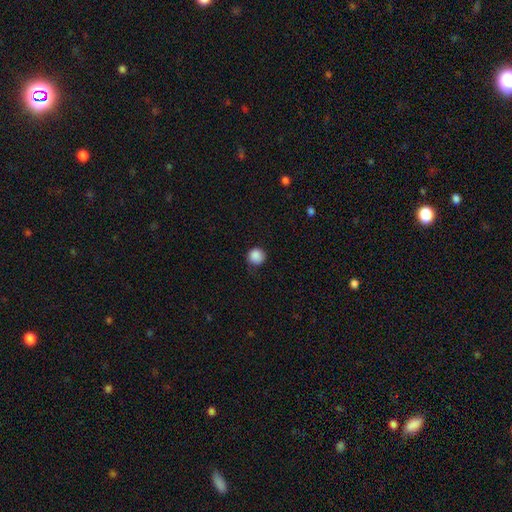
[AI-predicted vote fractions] smooth 88%, star or artifact 9%, featured or disk 3%. Down the decision tree: how rounded — round (93%); merging — none (81%).